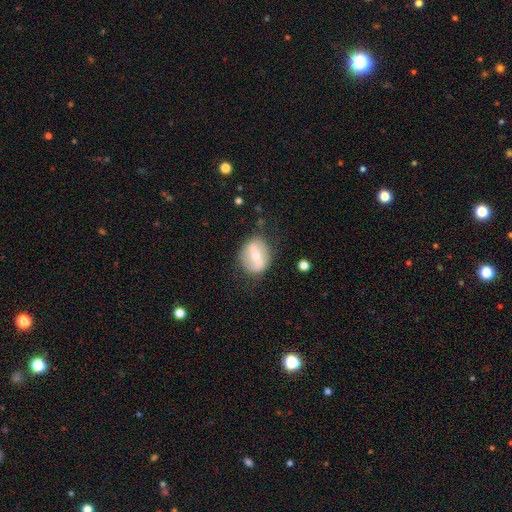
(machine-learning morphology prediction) The model was most divided on "smooth or featured": featured or disk: 55%, smooth: 37%, star or artifact: 7%. More confident: edge-on disk — no (90%); merging — none (74%).